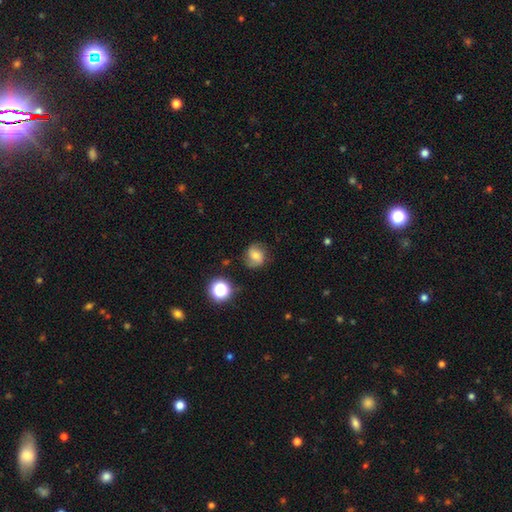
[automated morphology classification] smooth_or_featured: smooth (p=0.48) [alt: featured or disk p=0.39]
merging: none (p=0.75) [alt: minor disturbance p=0.17]